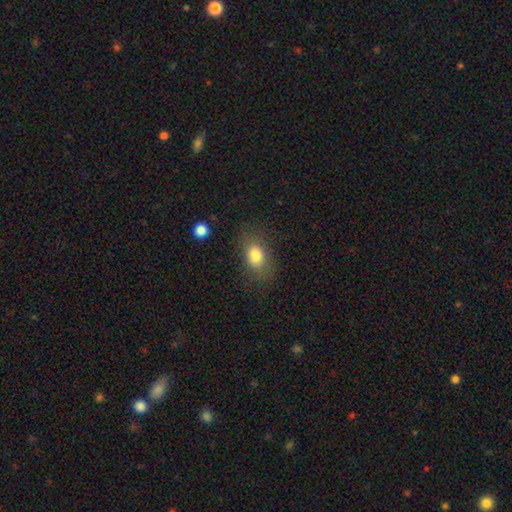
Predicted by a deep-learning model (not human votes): smooth-or-featured: smooth: 80% | featured or disk: 11% | star or artifact: 9%
  how-rounded: in between: 76% | round: 22% | cigar-shaped: 2%
  merging: none: 74% | minor disturbance: 16% | major disturbance: 8% | merger: 2%